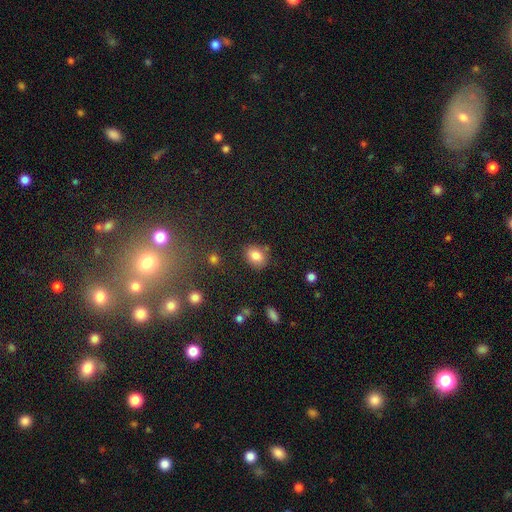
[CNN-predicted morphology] A smooth galaxy with no disk features (82%) that is in between round and cigar-shaped (58%). Merging: none (76%).